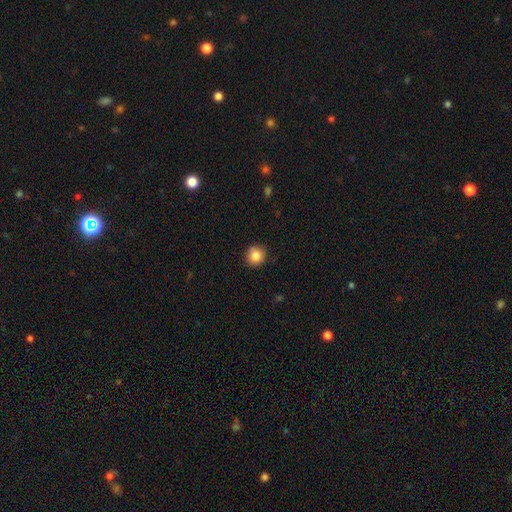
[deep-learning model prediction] smooth-or-featured: smooth: 85% | star or artifact: 10% | featured or disk: 6%
  how-rounded: round: 92% | in between: 8% | cigar-shaped: 1%
  merging: none: 88% | minor disturbance: 9% | major disturbance: 2% | merger: 1%